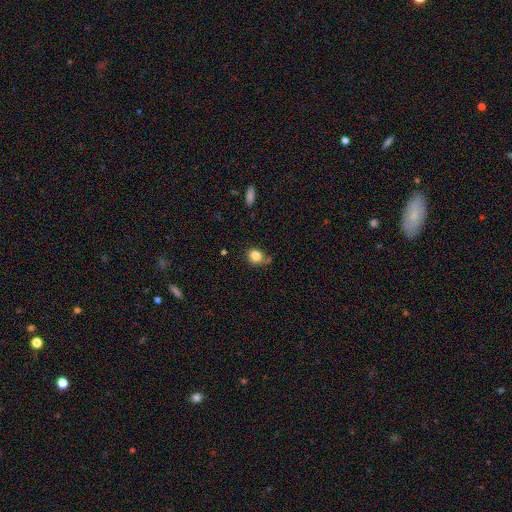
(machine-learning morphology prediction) Overall: smooth (82%). How rounded: round (65%; in between 34%). Merging: none (65%).